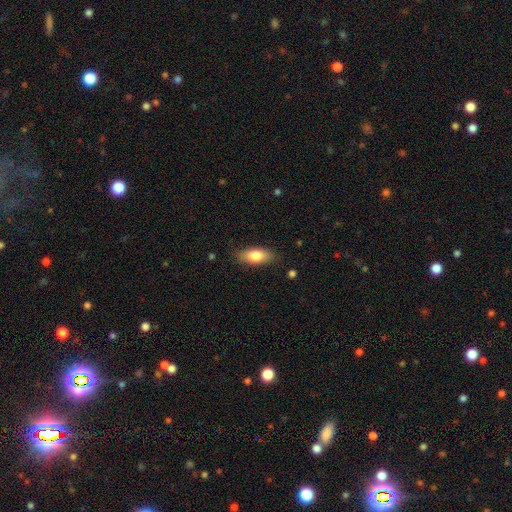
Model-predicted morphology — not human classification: Smooth or featured?
  - smooth: 78% *
  - featured or disk: 16%
  - star or artifact: 7%
How rounded?
  - in between: 82% *
  - cigar-shaped: 15%
  - round: 3%
Merging?
  - none: 84% *
  - minor disturbance: 12%
  - major disturbance: 3%
  - merger: 1%